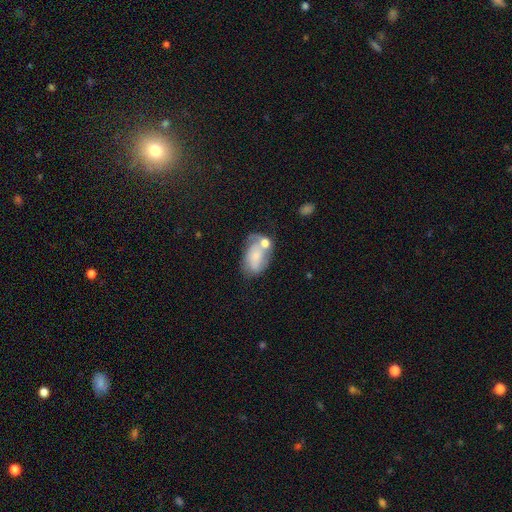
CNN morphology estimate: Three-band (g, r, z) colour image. It shows a smooth galaxy with no disk features (52%) that is in between round and cigar-shaped (88%). Merging: merger (33%).